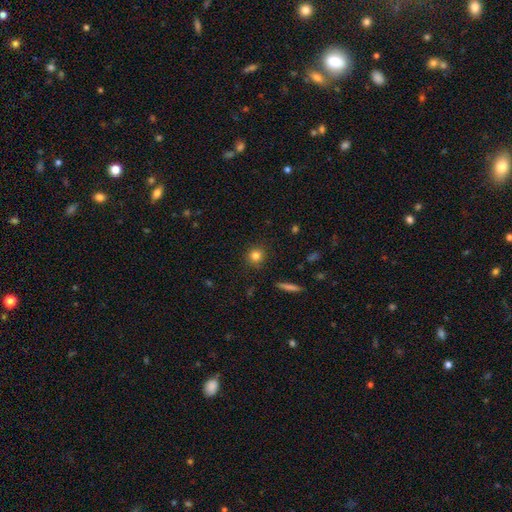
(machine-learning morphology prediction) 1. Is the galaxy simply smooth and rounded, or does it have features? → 81% smooth, 11% star or artifact, 7% featured or disk.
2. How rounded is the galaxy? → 90% round, 8% in between, 1% cigar-shaped.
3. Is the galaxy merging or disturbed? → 90% none, 7% minor disturbance, 2% major disturbance, 1% merger.